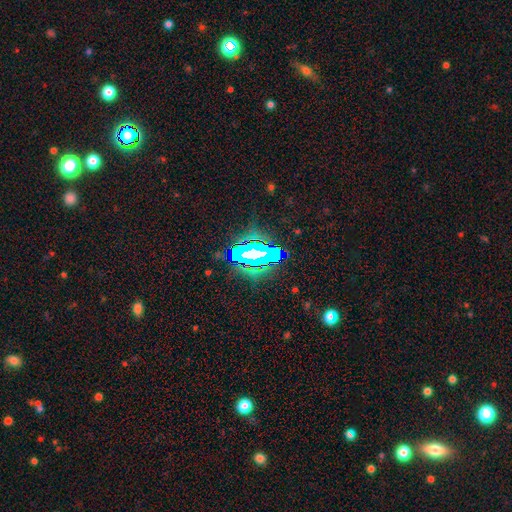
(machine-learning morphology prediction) This appears to be a star or artifact, not a galaxy (71%).